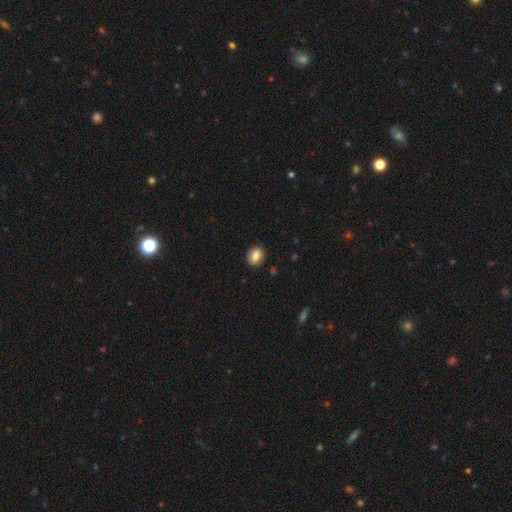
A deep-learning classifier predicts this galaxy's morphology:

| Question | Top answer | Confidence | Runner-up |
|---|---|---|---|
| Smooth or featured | smooth | 84% | star or artifact (8%) |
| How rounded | round | 53% | in between (46%) |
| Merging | none | 90% | minor disturbance (7%) |